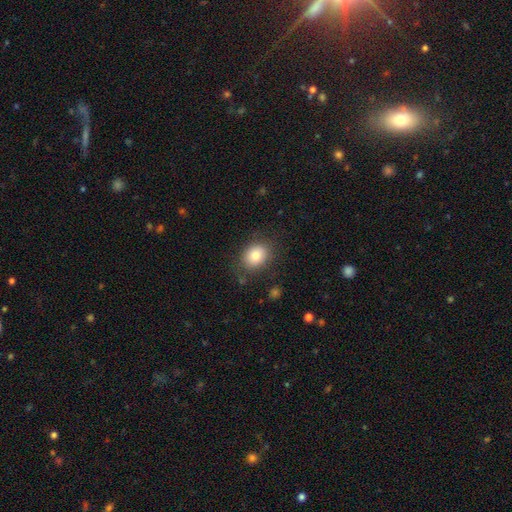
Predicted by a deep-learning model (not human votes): smooth 80%, featured or disk 10%, star or artifact 10%. Down the decision tree: how rounded — round (51%); merging — none (80%).